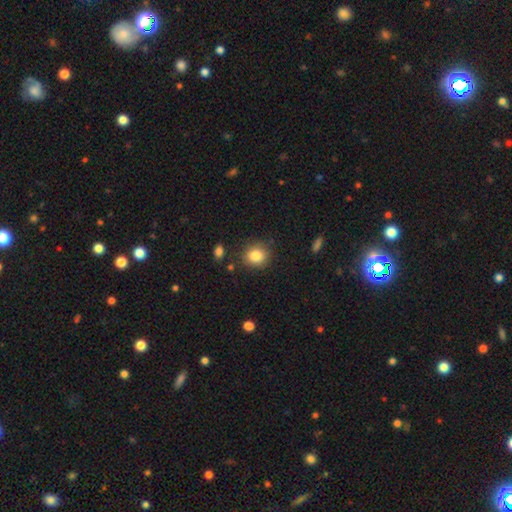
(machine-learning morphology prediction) smooth_or_featured: smooth (p=0.84) [alt: star or artifact p=0.10]
how_rounded: round (p=0.83) [alt: in between p=0.16]
merging: none (p=0.85) [alt: minor disturbance p=0.10]